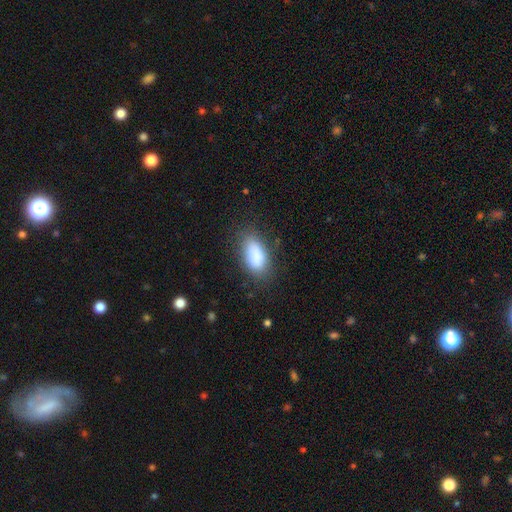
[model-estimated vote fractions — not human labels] Overall: smooth (86%). How rounded: in between (90%). Merging: none (76%).